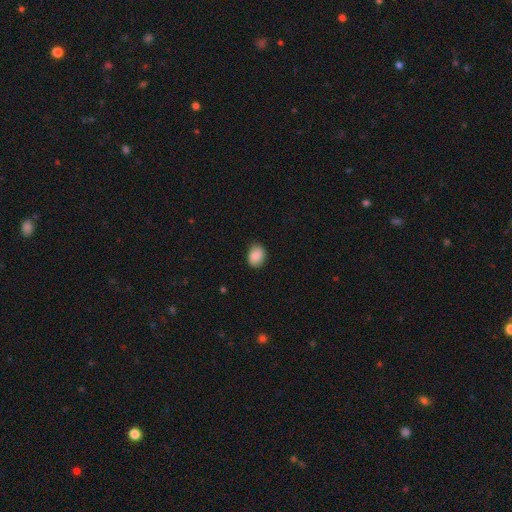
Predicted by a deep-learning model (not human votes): Smooth or featured?
  - smooth: 87% *
  - star or artifact: 7%
  - featured or disk: 6%
How rounded?
  - in between: 63% *
  - round: 36%
  - cigar-shaped: 1%
Merging?
  - none: 82% *
  - minor disturbance: 14%
  - major disturbance: 3%
  - merger: 1%